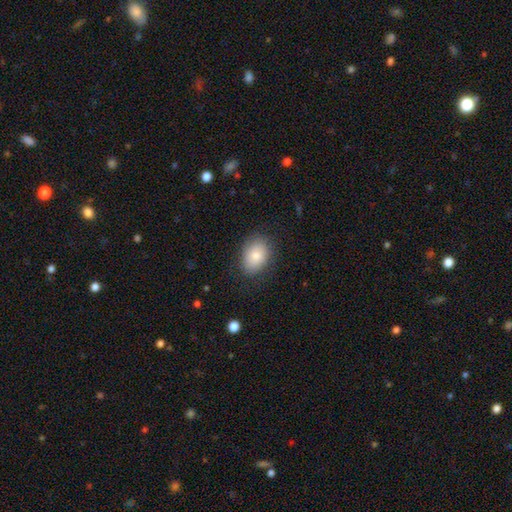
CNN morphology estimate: Smooth or featured? Predicted: smooth (p=0.82). How rounded? Predicted: in between (p=0.76). Merging? Predicted: none (p=0.81).